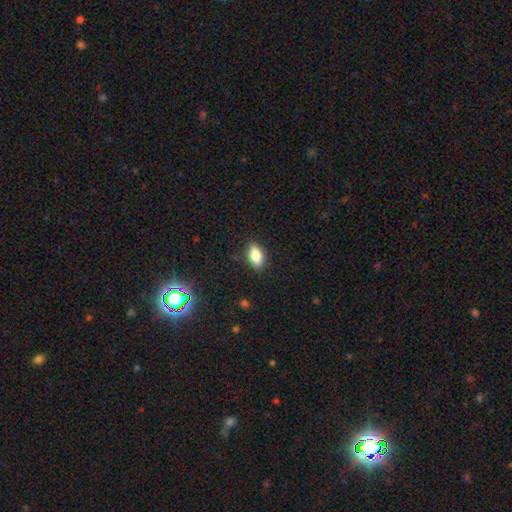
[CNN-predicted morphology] Smooth or featured? smooth (81%)
How rounded? in between (87%)
Merging? none (87%)